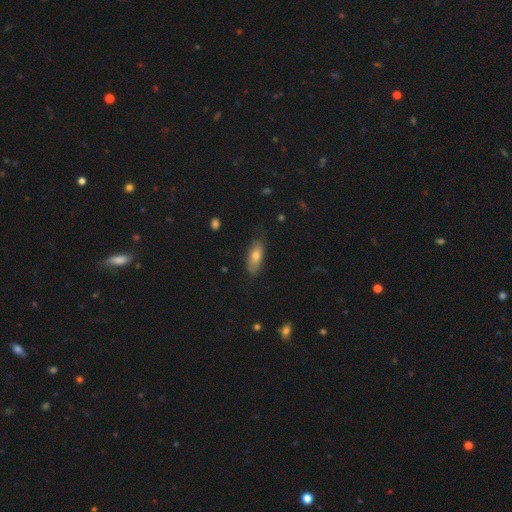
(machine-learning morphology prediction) This appears to be a smooth galaxy with no disk features (65%) that is in between round and cigar-shaped (75%). Merging: none (76%).